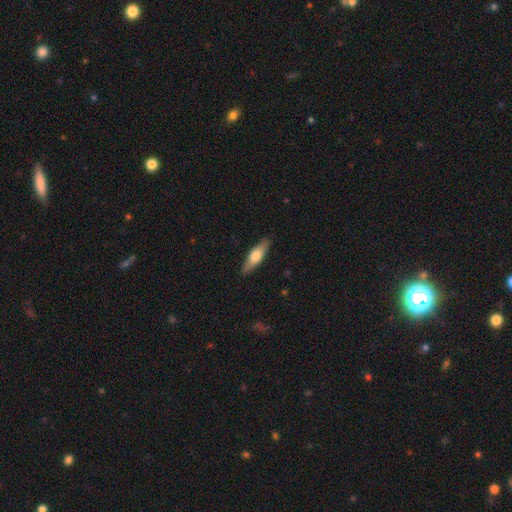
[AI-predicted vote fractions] Smooth or featured? Predicted: smooth (p=0.58). How rounded? Predicted: cigar-shaped (p=0.57). Merging? Predicted: none (p=0.89).